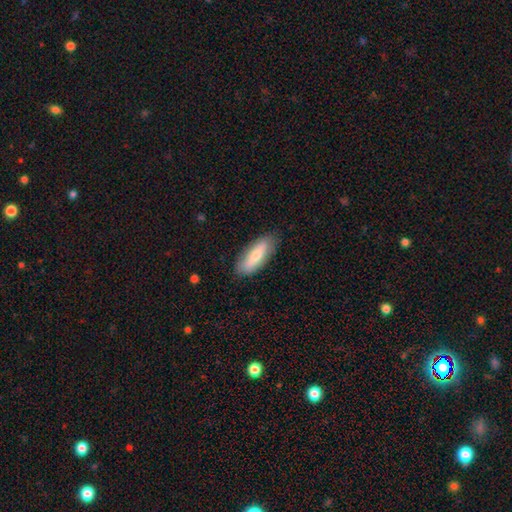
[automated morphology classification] Smooth or featured? smooth (73%)
How rounded? in between (62%)
Merging? none (84%)